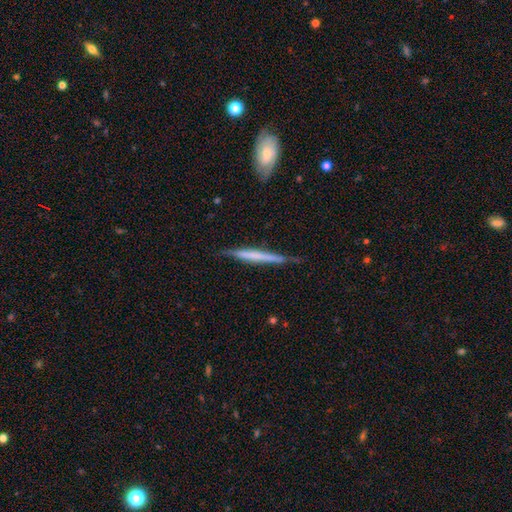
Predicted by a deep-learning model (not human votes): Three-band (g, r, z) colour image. It shows a featured or disk galaxy (50%). Merging: none (79%).